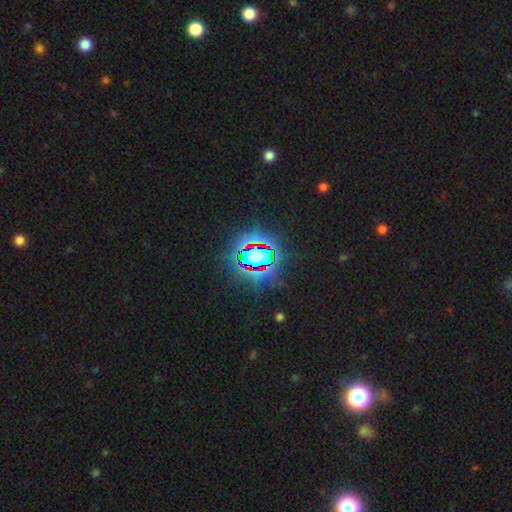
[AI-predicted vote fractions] Morphology: type=star or artifact (73%).